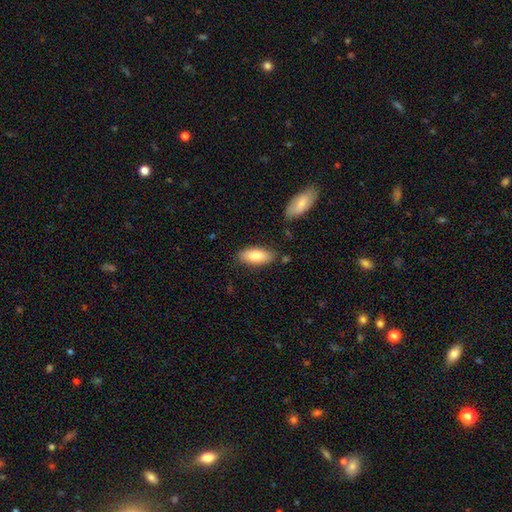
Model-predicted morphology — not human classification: The model was most divided on "merging": none: 80%, minor disturbance: 14%, merger: 3%, major disturbance: 3%. More confident: how rounded — in between (83%); smooth or featured — smooth (83%).